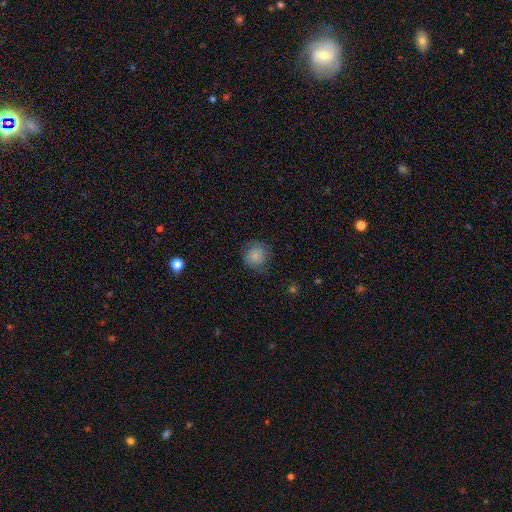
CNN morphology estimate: This appears to be a smooth galaxy with no disk features (78%) that is round (88%). Merging: none (73%).